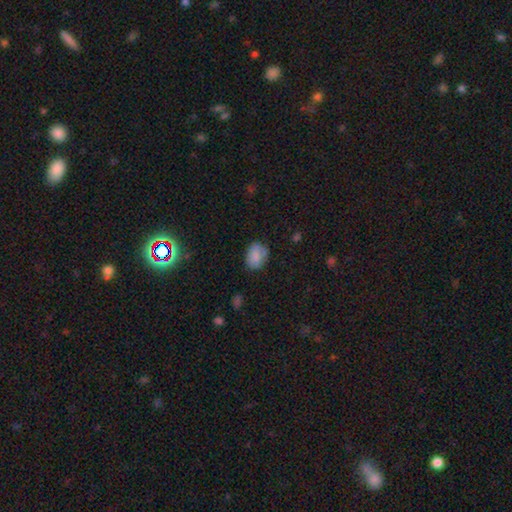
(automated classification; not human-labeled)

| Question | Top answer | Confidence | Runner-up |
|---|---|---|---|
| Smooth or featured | smooth | 82% | featured or disk (10%) |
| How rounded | in between | 73% | round (26%) |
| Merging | none | 69% | minor disturbance (23%) |